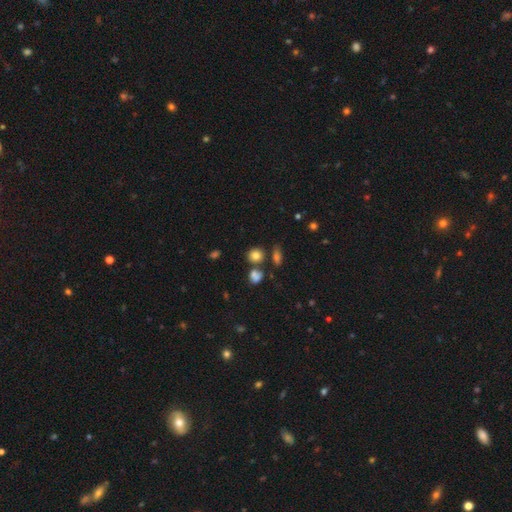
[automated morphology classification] Smooth or featured? Predicted: smooth (p=0.80). How rounded? Predicted: round (p=0.80). Merging? Predicted: none (p=0.68).